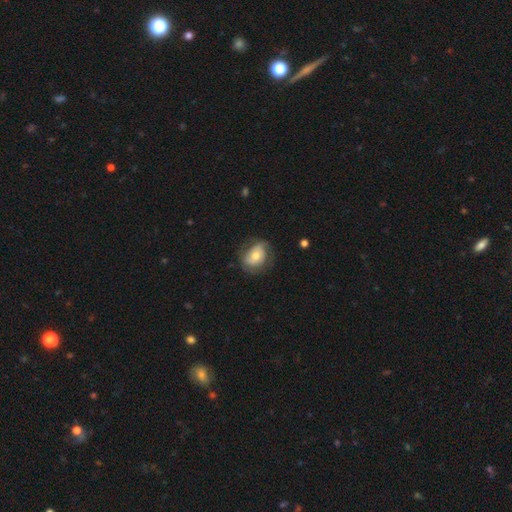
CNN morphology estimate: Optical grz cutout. It shows a featured or disk galaxy (47%). Merging: none (65%).